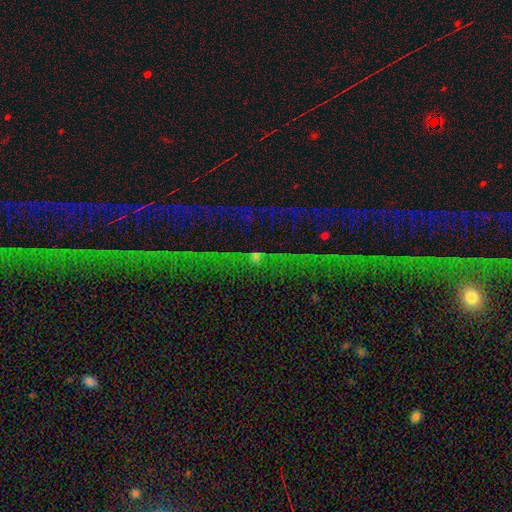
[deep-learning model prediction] star or artifact 82%, featured or disk 11%, smooth 7%.